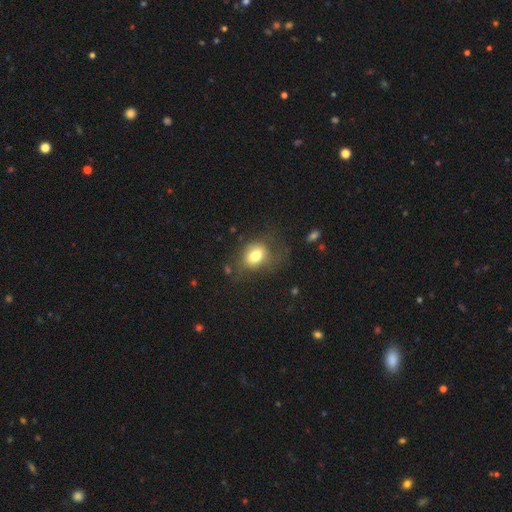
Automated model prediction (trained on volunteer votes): Smooth or featured? Predicted: smooth (p=0.74). How rounded? Predicted: in between (p=0.56). Merging? Predicted: none (p=0.53).